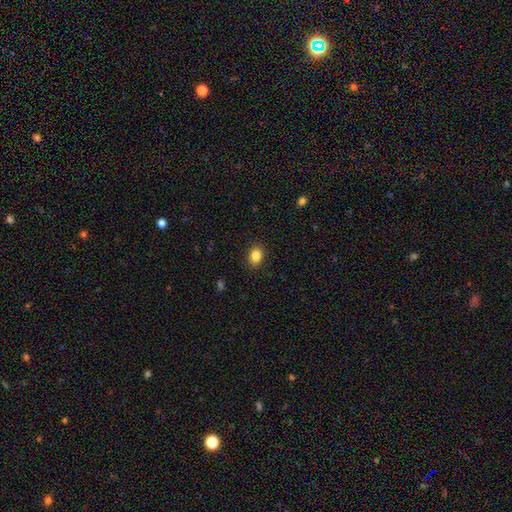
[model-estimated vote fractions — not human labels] Overall: smooth (86%). How rounded: in between (69%; round 30%). Merging: none (89%).